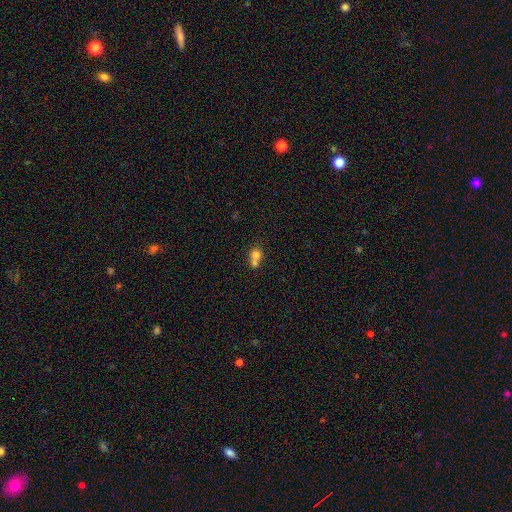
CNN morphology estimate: Q: Smooth or featured?
A: smooth (74%); runner-up: featured or disk (15%)
Q: How rounded?
A: round (72%); runner-up: in between (27%)
Q: Merging?
A: merger (61%); runner-up: none (29%)